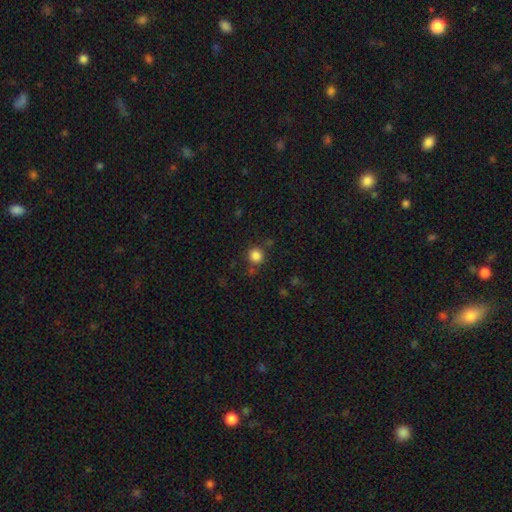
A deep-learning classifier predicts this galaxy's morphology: This appears to be a smooth galaxy with no disk features (84%) that is round (92%). Merging: none (81%).